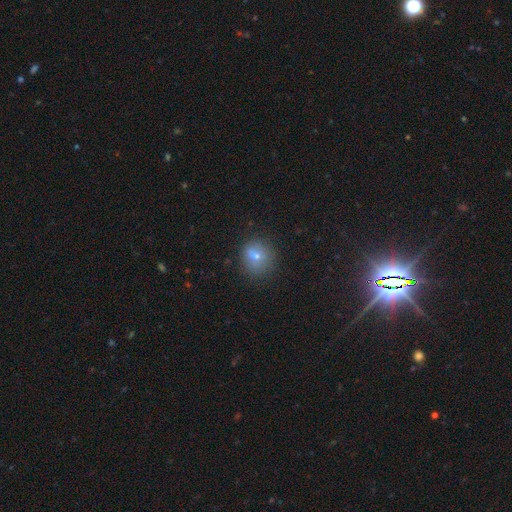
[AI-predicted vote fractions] Smooth or featured?
  - smooth: 66% *
  - featured or disk: 18%
  - star or artifact: 16%
How rounded?
  - round: 81% *
  - in between: 18%
  - cigar-shaped: 1%
Merging?
  - none: 73% *
  - minor disturbance: 16%
  - merger: 6%
  - major disturbance: 6%